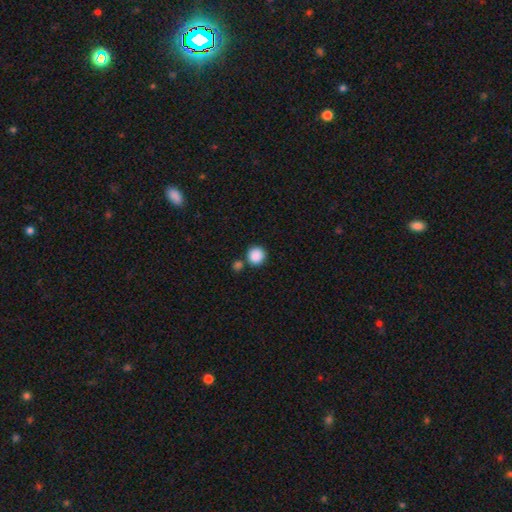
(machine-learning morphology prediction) Overall: smooth (88%). How rounded: round (94%). Merging: none (74%).